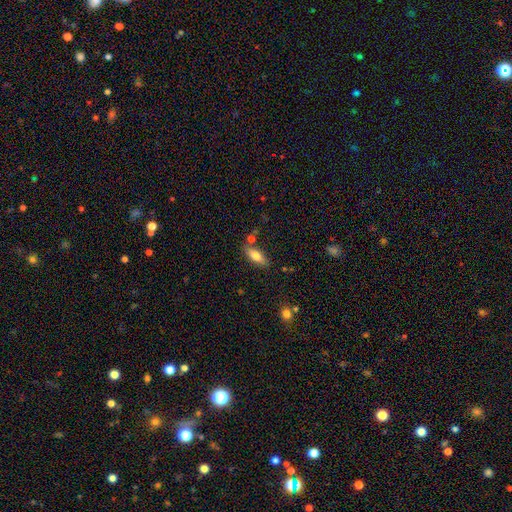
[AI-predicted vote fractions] Smooth or featured? Predicted: smooth (p=0.68). How rounded? Predicted: in between (p=0.66). Merging? Predicted: none (p=0.78).